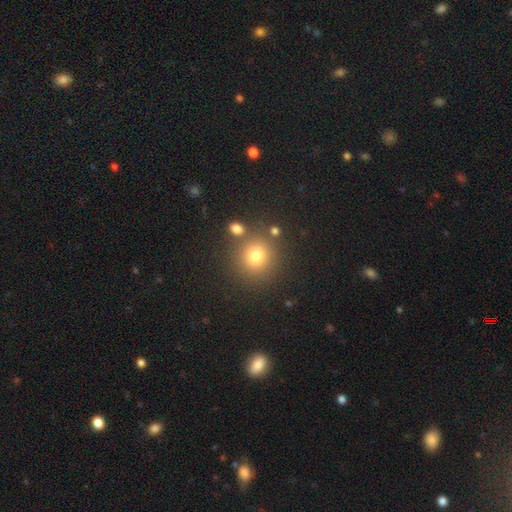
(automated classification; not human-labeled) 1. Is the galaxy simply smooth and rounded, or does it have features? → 76% smooth, 15% star or artifact, 8% featured or disk.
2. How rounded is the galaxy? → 90% round, 9% in between, 1% cigar-shaped.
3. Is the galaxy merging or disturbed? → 80% none, 9% merger, 8% minor disturbance, 3% major disturbance.